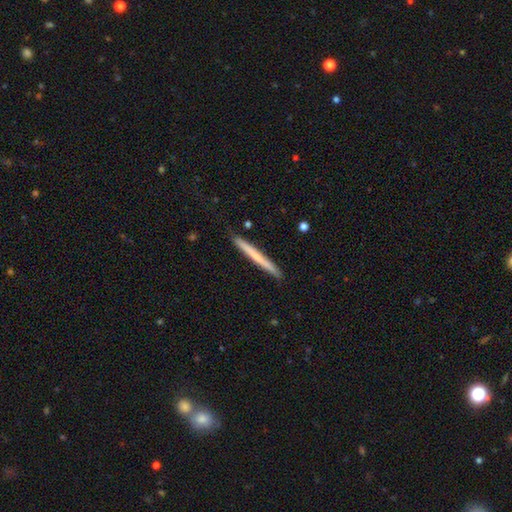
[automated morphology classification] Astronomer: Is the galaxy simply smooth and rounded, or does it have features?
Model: smooth — 60%.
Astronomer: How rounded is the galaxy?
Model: cigar-shaped — 97%.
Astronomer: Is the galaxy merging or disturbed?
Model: none — 91%.